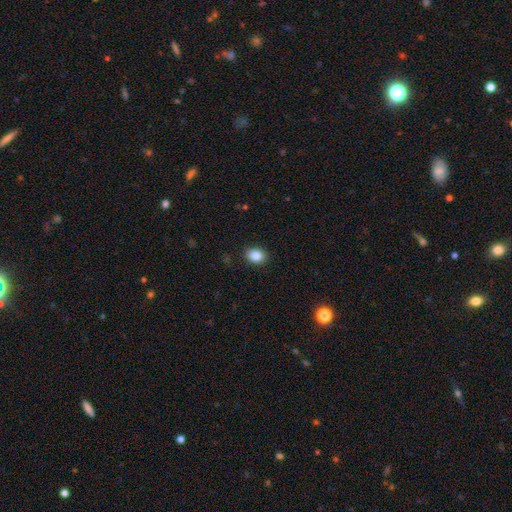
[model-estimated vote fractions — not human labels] The model was most divided on "how rounded": in between: 60%, round: 39%, cigar-shaped: 1%. More confident: merging — none (89%); smooth or featured — smooth (85%).